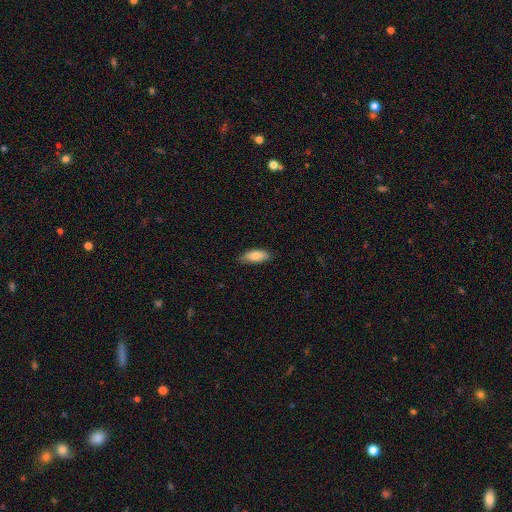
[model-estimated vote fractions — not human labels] Q: Smooth or featured?
A: smooth (82%); runner-up: featured or disk (11%)
Q: How rounded?
A: in between (77%); runner-up: cigar-shaped (21%)
Q: Merging?
A: none (81%); runner-up: minor disturbance (16%)